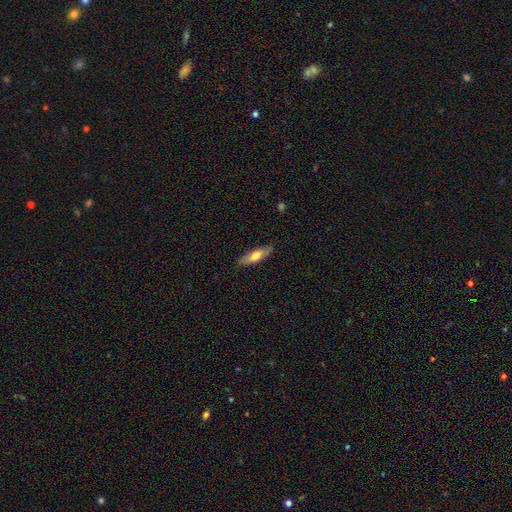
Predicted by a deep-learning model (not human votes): The model was most divided on "how rounded": cigar-shaped: 55%, in between: 43%, round: 2%. More confident: merging — none (85%); smooth or featured — smooth (67%).